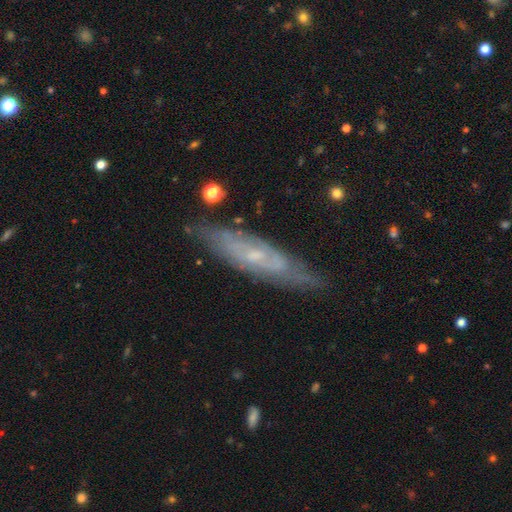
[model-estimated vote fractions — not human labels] A featured or disk galaxy (71%).

Vote fractions:
- Smooth or featured? featured or disk: 71% / smooth: 22% / star or artifact: 7%
- Edge-on disk? no: 56% / yes: 44%
- Merging? none: 77% / minor disturbance: 17% / major disturbance: 4% / merger: 2%